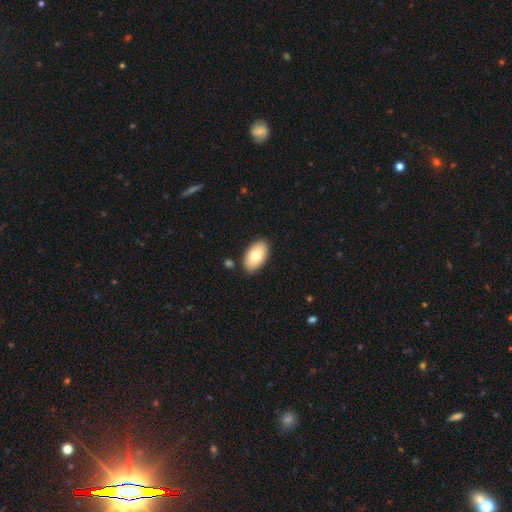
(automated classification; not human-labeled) smooth 76%, featured or disk 18%, star or artifact 6%. Down the decision tree: how rounded — in between (95%); merging — none (87%).